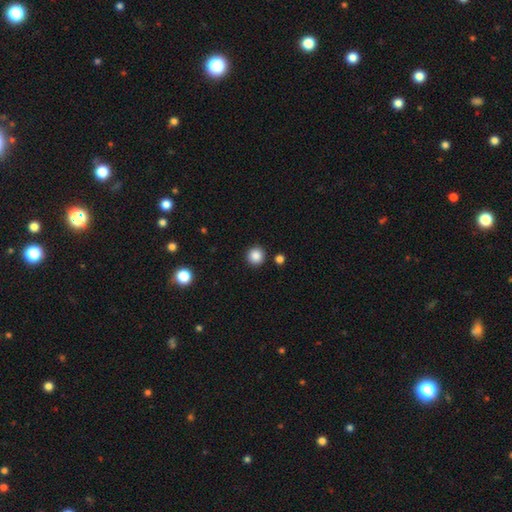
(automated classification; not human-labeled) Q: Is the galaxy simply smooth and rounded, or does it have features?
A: smooth — 87%.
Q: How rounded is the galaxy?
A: round — 95%.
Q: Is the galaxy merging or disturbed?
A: none — 90%.